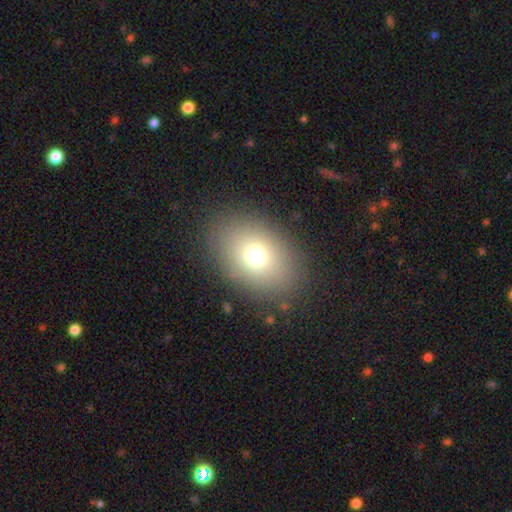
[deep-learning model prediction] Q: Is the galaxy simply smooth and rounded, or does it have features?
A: smooth — 72%.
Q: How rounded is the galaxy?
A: in between — 71%.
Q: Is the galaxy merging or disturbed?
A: none — 85%.